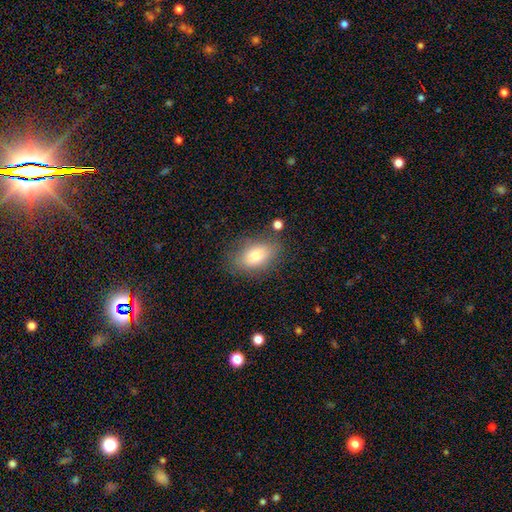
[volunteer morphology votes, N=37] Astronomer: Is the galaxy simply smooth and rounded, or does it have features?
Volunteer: smooth — 78%.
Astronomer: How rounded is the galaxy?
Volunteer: in between — 93%.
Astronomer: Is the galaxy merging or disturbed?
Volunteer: none — 75%.